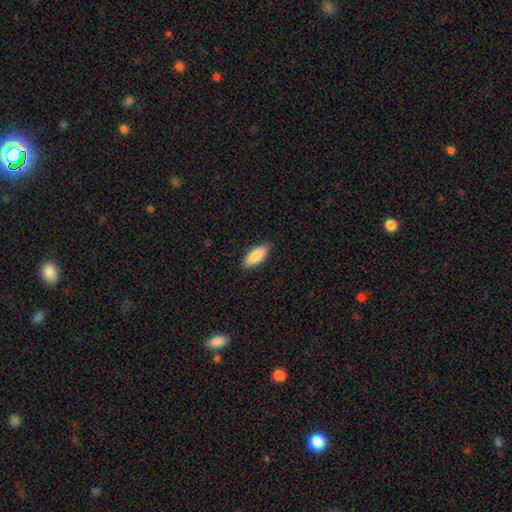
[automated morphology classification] Smooth or featured? smooth (87%)
How rounded? in between (70%)
Merging? none (88%)